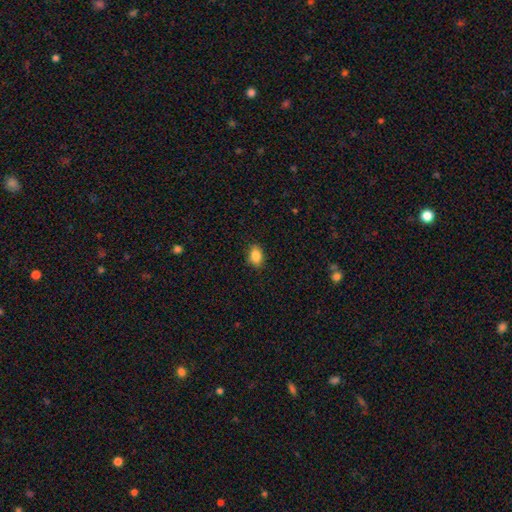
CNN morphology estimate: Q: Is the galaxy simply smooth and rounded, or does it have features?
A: smooth — 87%.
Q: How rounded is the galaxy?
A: in between — 79%.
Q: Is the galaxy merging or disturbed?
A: none — 87%.